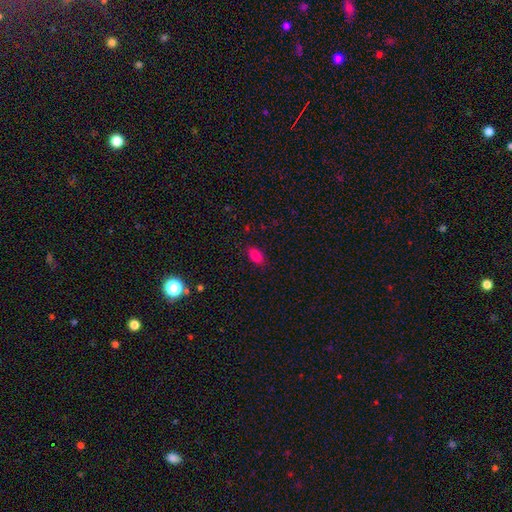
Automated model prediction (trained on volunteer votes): Smooth or featured?
  - smooth: 82% *
  - star or artifact: 11%
  - featured or disk: 7%
How rounded?
  - in between: 90% *
  - round: 8%
  - cigar-shaped: 3%
Merging?
  - none: 87% *
  - minor disturbance: 10%
  - major disturbance: 2%
  - merger: 1%